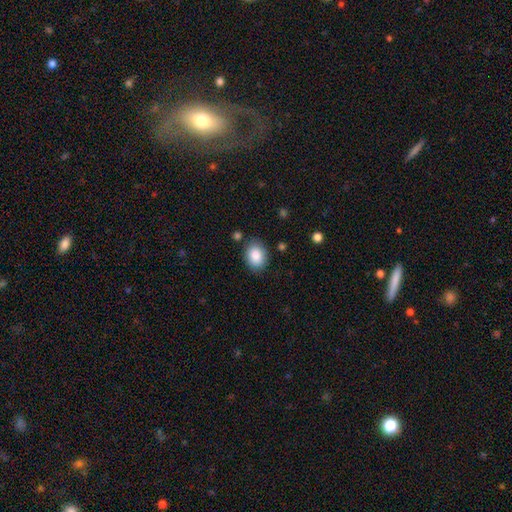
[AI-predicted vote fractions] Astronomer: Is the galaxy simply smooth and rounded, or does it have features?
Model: smooth — 87%.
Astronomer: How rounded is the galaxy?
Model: in between — 67%.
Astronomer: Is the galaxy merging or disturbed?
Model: none — 82%.